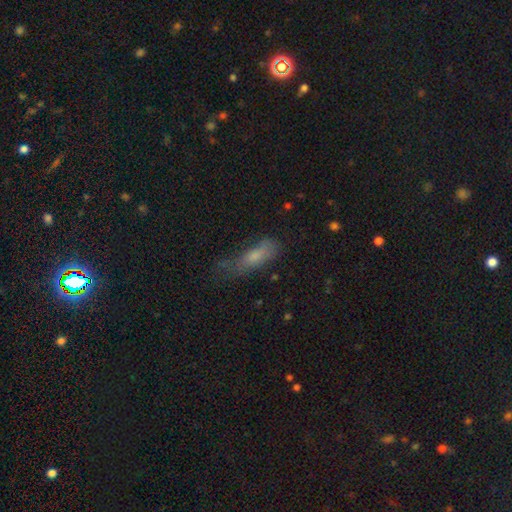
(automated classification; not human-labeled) smooth 69%, featured or disk 22%, star or artifact 9%. Down the decision tree: how rounded — in between (51%); merging — none (38%).